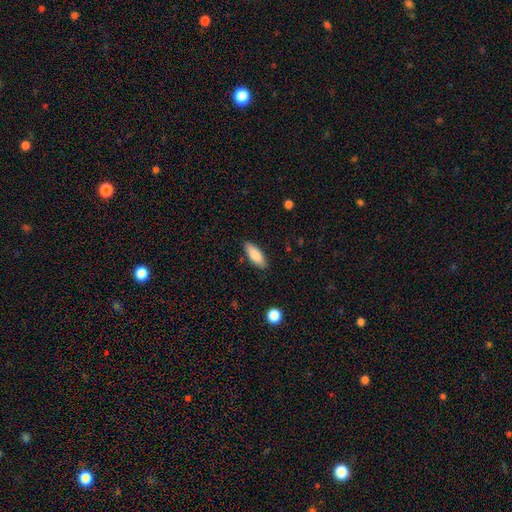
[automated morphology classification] This is clearly a smooth galaxy (85%). How rounded: likely in between (71%). Merging: clearly none (86%).